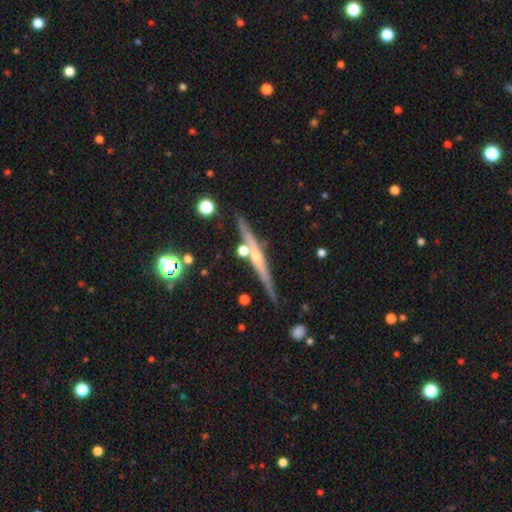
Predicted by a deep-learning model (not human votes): A featured or disk galaxy (71%) viewed edge-on (97%) with a rounded central bulge (73%). Merging: none (81%).